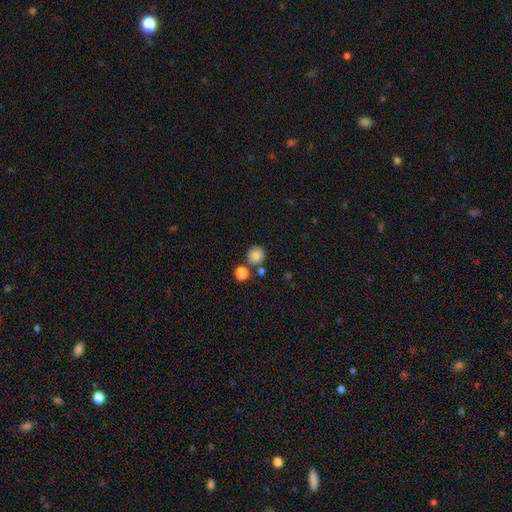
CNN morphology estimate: A smooth galaxy with no disk features (83%) that is round (88%).

Vote fractions:
- Smooth or featured? smooth: 83% / star or artifact: 11% / featured or disk: 6%
- How rounded? round: 88% / in between: 11% / cigar-shaped: 1%
- Merging? none: 75% / merger: 13% / minor disturbance: 9% / major disturbance: 3%